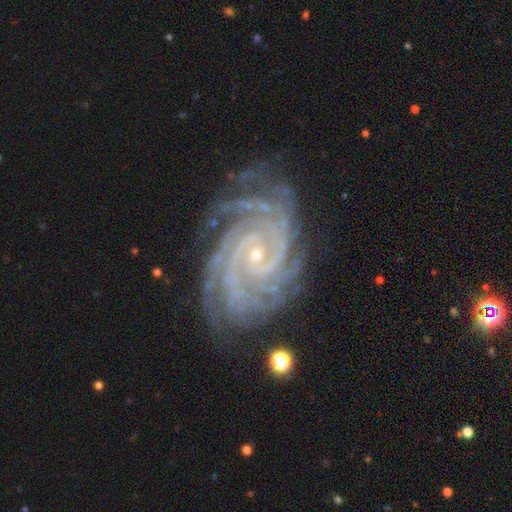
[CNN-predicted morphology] type=featured or disk (93%); edge-on=no (98%); bar=no (55%); spiral arms=yes (99%); winding=tight (82%); arm count=4 (28%); bulge=small (86%); merging=none (77%).